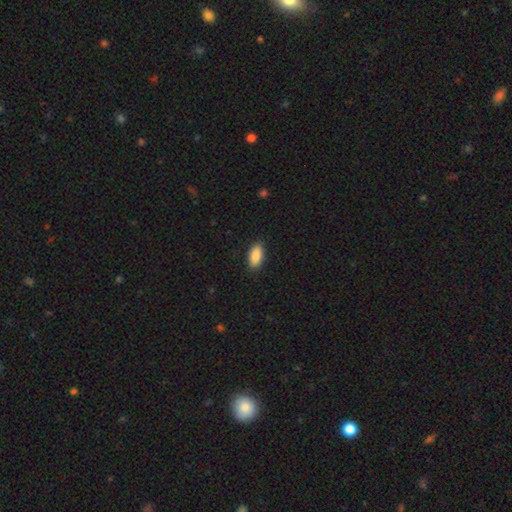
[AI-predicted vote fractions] This is clearly a smooth galaxy (88%). How rounded: clearly in between (90%). Merging: clearly none (88%).